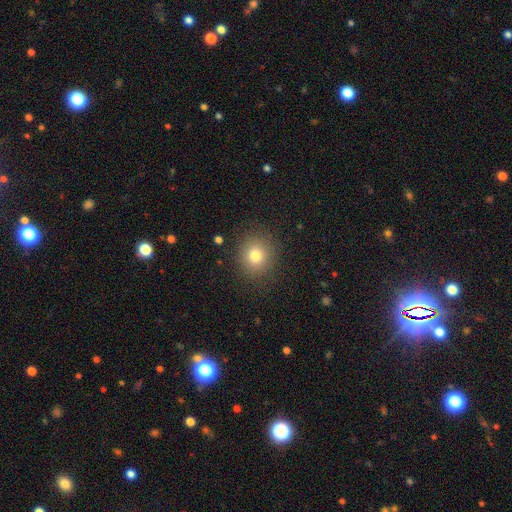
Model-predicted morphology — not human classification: Overall: smooth (78%). How rounded: round (85%). Merging: none (88%).